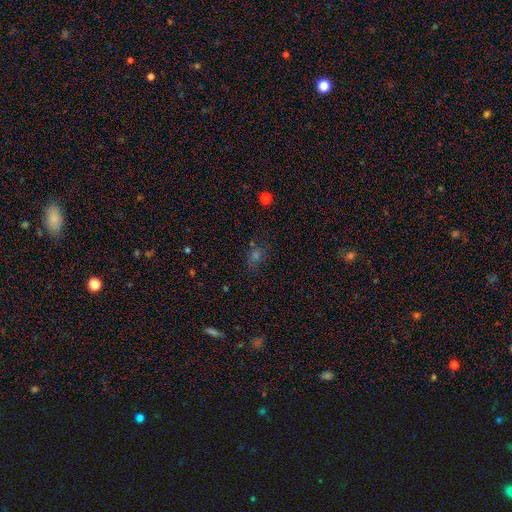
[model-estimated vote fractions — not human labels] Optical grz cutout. It shows a smooth galaxy with no disk features (49%). Merging: none (72%).